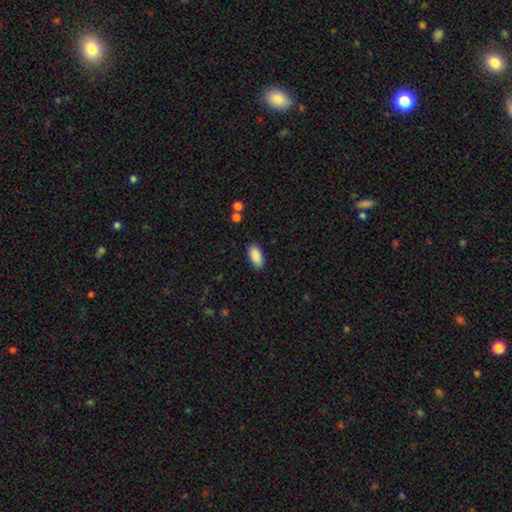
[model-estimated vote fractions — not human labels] smooth_or_featured: smooth (p=0.90) [alt: star or artifact p=0.07]
how_rounded: in between (p=0.93) [alt: cigar-shaped p=0.05]
merging: none (p=0.87) [alt: minor disturbance p=0.09]